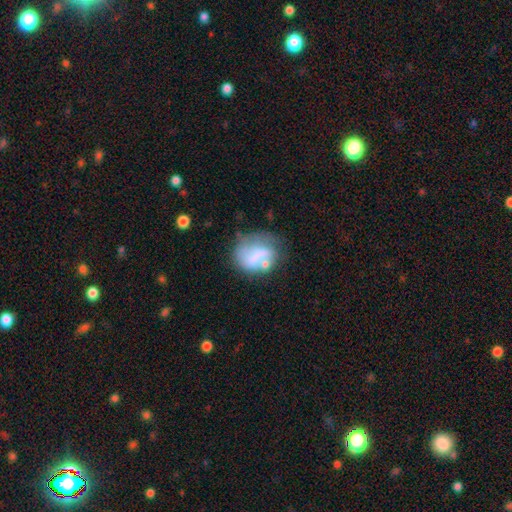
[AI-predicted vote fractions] Smooth or featured: smooth — 56% (featured or disk — 35%)
How rounded: round — 56% (in between — 43%)
Merging: none — 38% (minor disturbance — 24%)